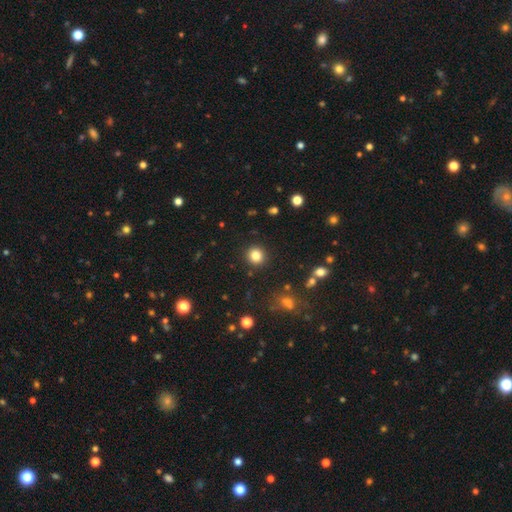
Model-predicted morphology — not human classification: A smooth galaxy with no disk features (83%) that is round (91%). Merging: none (91%).